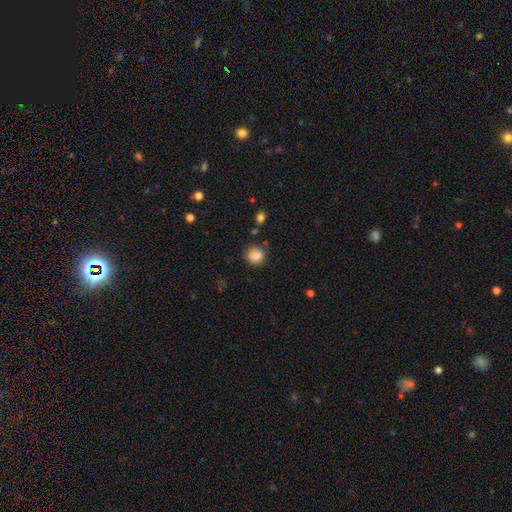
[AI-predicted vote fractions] This is clearly a smooth galaxy (86%). How rounded: clearly round (81%). Merging: likely none (73%).